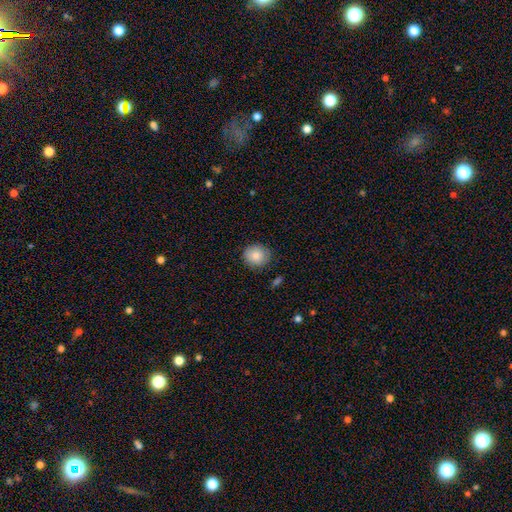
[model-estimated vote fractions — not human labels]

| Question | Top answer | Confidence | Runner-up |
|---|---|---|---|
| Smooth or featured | smooth | 86% | star or artifact (8%) |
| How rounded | round | 82% | in between (17%) |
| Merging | none | 85% | minor disturbance (11%) |